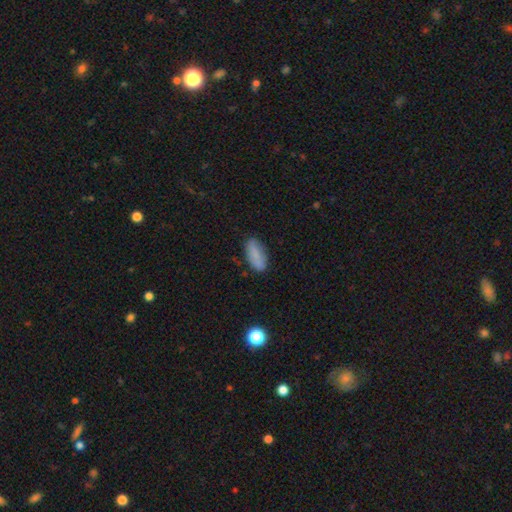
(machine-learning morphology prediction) A smooth galaxy with no disk features (83%) that is in between round and cigar-shaped (82%).

Vote fractions:
- Smooth or featured? smooth: 83% / featured or disk: 9% / star or artifact: 8%
- How rounded? in between: 82% / cigar-shaped: 16% / round: 3%
- Merging? none: 79% / minor disturbance: 16% / major disturbance: 4% / merger: 2%